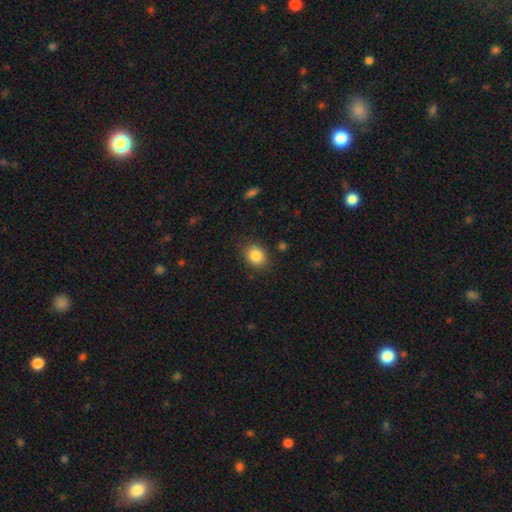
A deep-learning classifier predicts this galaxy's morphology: smooth-or-featured: smooth: 86% | star or artifact: 9% | featured or disk: 5%
  how-rounded: round: 54% | in between: 45% | cigar-shaped: 1%
  merging: none: 86% | minor disturbance: 10% | major disturbance: 3% | merger: 1%